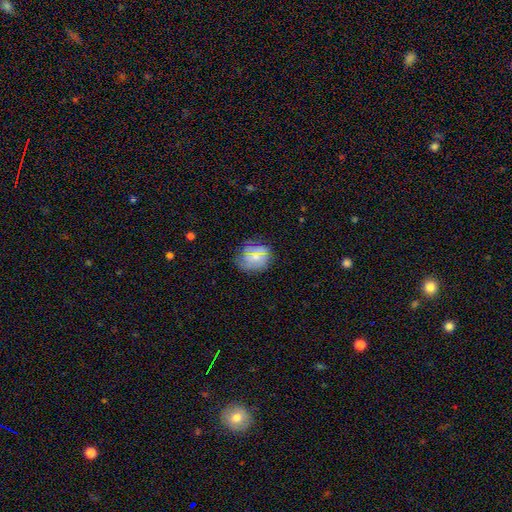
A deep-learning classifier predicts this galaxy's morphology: smooth-or-featured: smooth: 69% | star or artifact: 20% | featured or disk: 11%
  how-rounded: round: 69% | in between: 29% | cigar-shaped: 2%
  merging: none: 81% | minor disturbance: 14% | major disturbance: 4% | merger: 2%